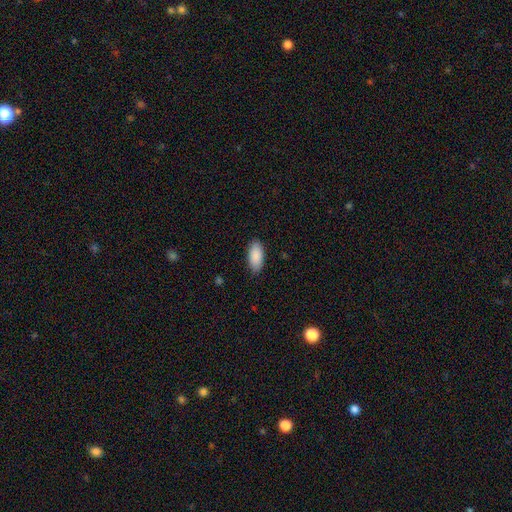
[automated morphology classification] The model was most divided on "merging": none: 87%, minor disturbance: 10%, major disturbance: 2%, merger: 1%. More confident: how rounded — in between (92%); smooth or featured — smooth (90%).